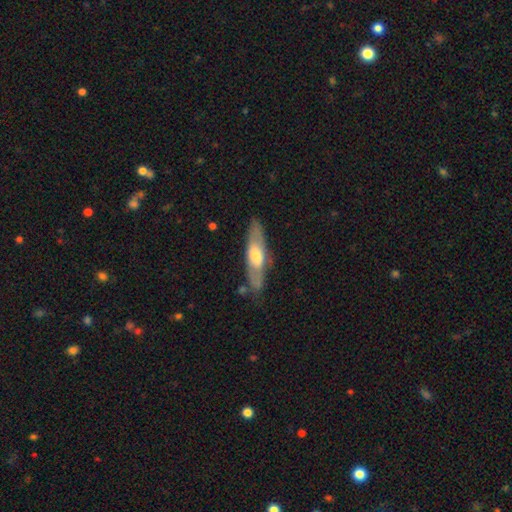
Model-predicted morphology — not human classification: smooth-or-featured: featured or disk: 51% | smooth: 44% | star or artifact: 5%
  disk-edge-on: yes: 54% | no: 46%
  merging: none: 77% | minor disturbance: 16% | major disturbance: 4% | merger: 2%